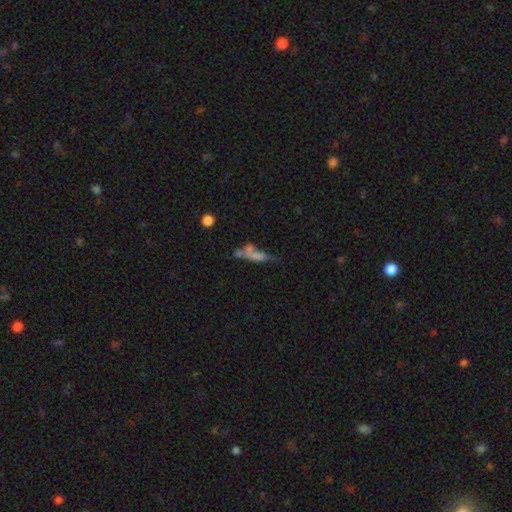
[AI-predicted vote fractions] A smooth galaxy with no disk features (40%).

Vote fractions:
- Smooth or featured? smooth: 40% / featured or disk: 36% / star or artifact: 23%
- Merging? none: 41% / merger: 28% / minor disturbance: 16% / major disturbance: 14%